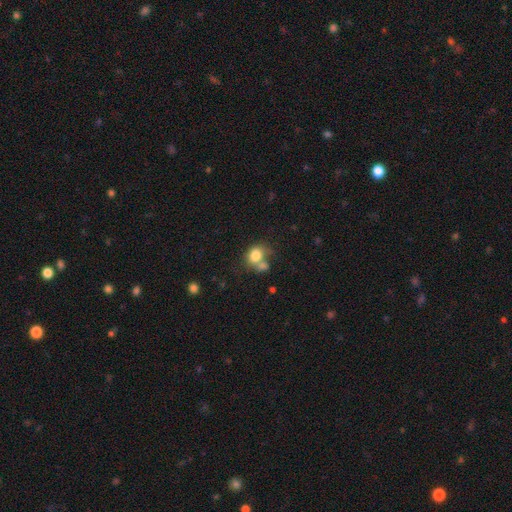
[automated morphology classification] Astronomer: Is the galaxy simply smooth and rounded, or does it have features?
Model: smooth — 79%.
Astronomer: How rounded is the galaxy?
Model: round — 50% (runner-up: in between, 49%).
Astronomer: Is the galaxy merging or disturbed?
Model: merger — 41% (runner-up: none, 35%).